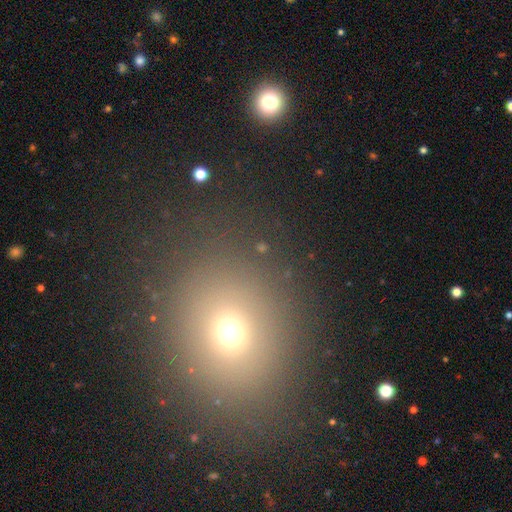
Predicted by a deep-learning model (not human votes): Smooth or featured: smooth — 64% (star or artifact — 27%)
How rounded: round — 67% (in between — 32%)
Merging: none — 86% (minor disturbance — 7%)